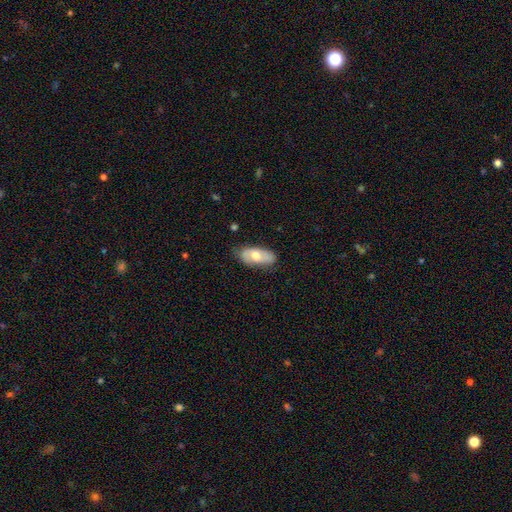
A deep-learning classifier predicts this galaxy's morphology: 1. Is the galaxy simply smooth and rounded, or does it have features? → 55% smooth, 40% featured or disk, 6% star or artifact.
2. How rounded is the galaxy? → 90% in between, 6% cigar-shaped, 4% round.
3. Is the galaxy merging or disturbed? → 76% none, 19% minor disturbance, 4% major disturbance, 1% merger.